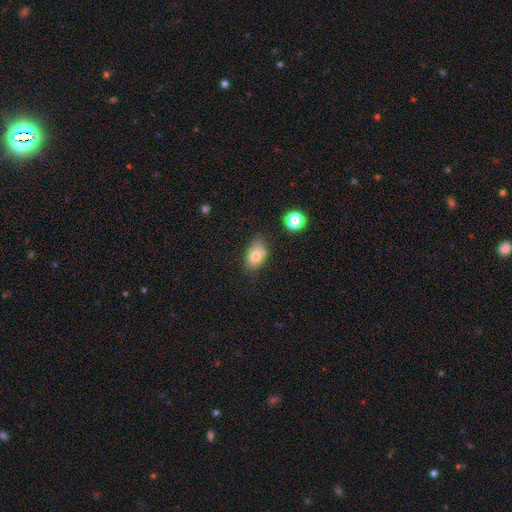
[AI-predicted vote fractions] Smooth or featured? Predicted: smooth (p=0.78). How rounded? Predicted: in between (p=0.81). Merging? Predicted: none (p=0.60).